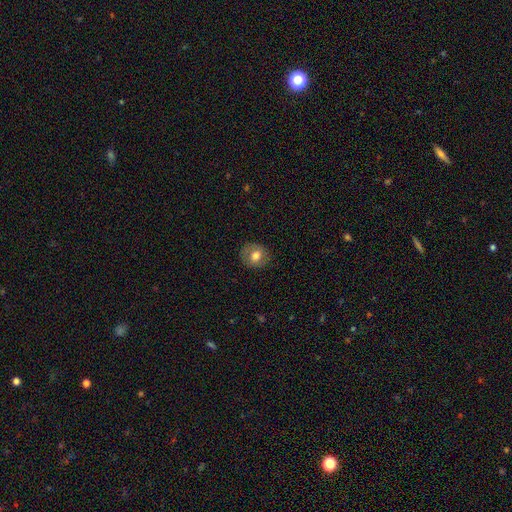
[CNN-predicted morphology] Smooth or featured: smooth — 71% (featured or disk — 21%)
How rounded: round — 76% (in between — 23%)
Merging: none — 84% (minor disturbance — 12%)